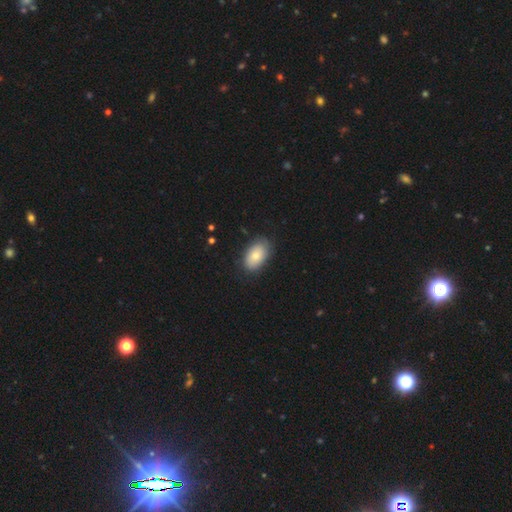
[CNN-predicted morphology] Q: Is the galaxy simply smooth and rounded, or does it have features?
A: smooth — 76%.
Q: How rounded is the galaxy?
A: in between — 92%.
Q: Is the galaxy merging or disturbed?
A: none — 79%.